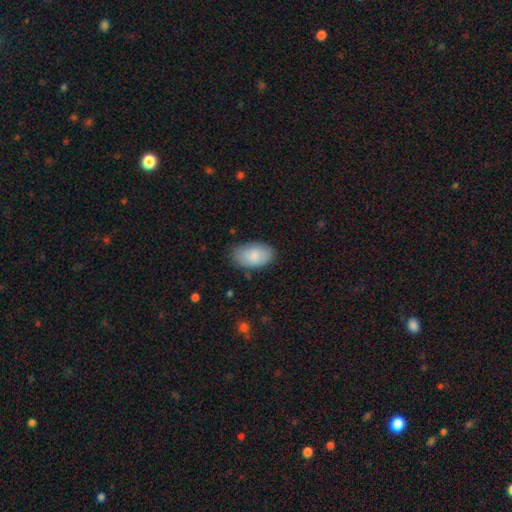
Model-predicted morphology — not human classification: smooth-or-featured: smooth: 83% | featured or disk: 11% | star or artifact: 6%
  how-rounded: in between: 93% | round: 5% | cigar-shaped: 1%
  merging: none: 78% | minor disturbance: 17% | major disturbance: 4% | merger: 1%